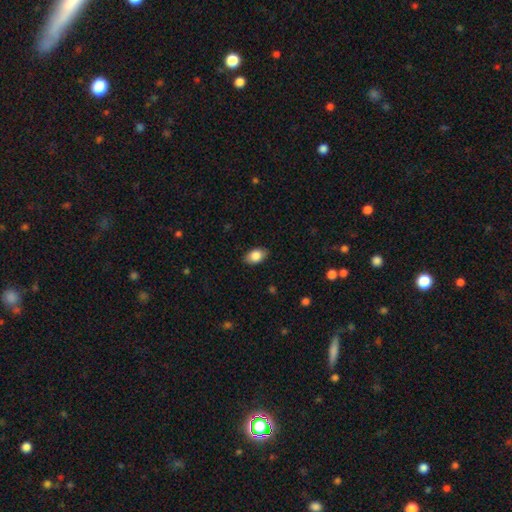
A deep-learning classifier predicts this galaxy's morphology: Overall: smooth (85%). How rounded: in between (88%). Merging: none (86%).